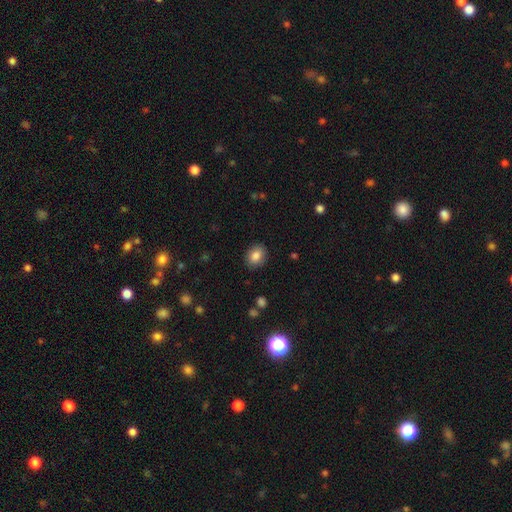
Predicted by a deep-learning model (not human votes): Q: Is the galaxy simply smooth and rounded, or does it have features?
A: smooth — 85%.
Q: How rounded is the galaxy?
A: in between — 58%.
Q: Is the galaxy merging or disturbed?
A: none — 88%.